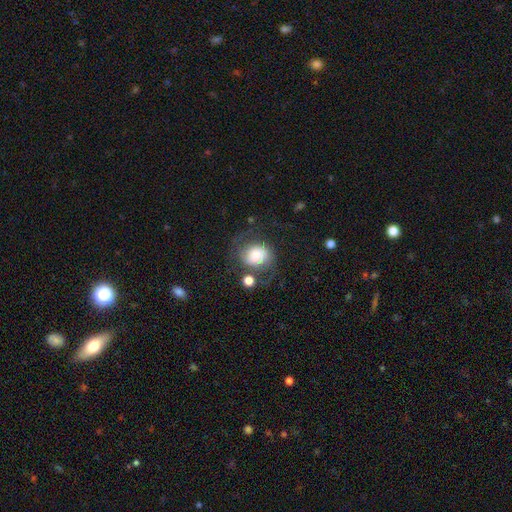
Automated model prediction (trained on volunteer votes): This appears to be a smooth galaxy with no disk features (50%) that is round (64%). Merging: none (50%).